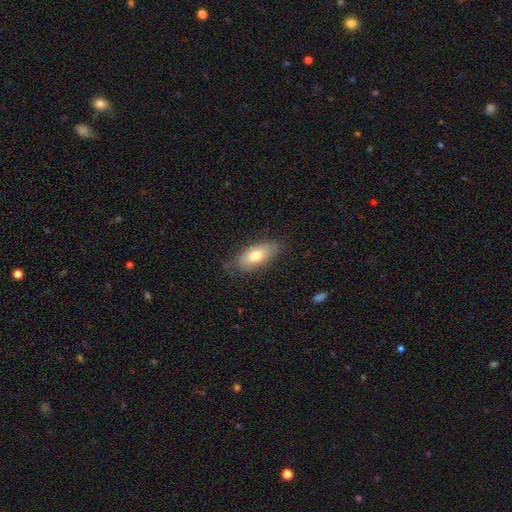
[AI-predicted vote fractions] smooth_or_featured: smooth (p=0.72) [alt: featured or disk p=0.22]
how_rounded: in between (p=0.86) [alt: cigar-shaped p=0.11]
merging: none (p=0.77) [alt: minor disturbance p=0.19]